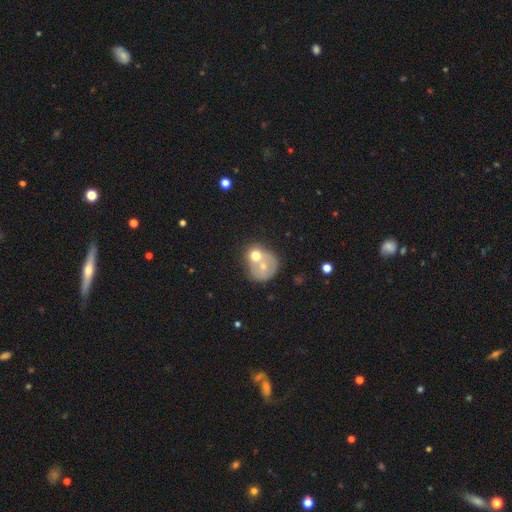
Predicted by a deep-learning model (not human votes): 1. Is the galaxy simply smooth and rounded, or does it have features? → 58% smooth, 33% featured or disk, 9% star or artifact.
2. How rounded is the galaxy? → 73% round, 26% in between, 1% cigar-shaped.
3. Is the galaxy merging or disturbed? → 65% merger, 22% none, 8% minor disturbance, 5% major disturbance.